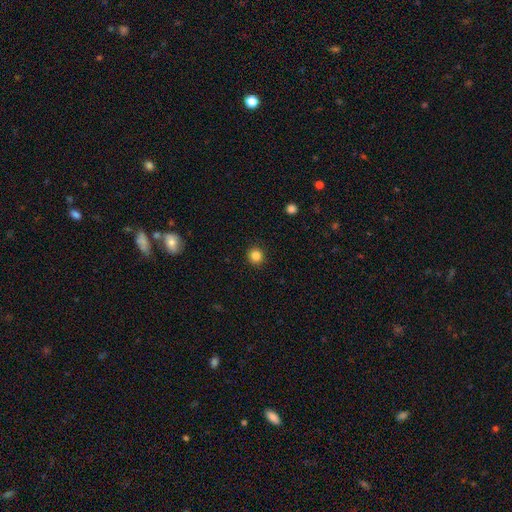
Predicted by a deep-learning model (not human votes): smooth_or_featured: smooth (p=0.84) [alt: star or artifact p=0.11]
how_rounded: round (p=0.94) [alt: in between p=0.06]
merging: none (p=0.93) [alt: minor disturbance p=0.05]